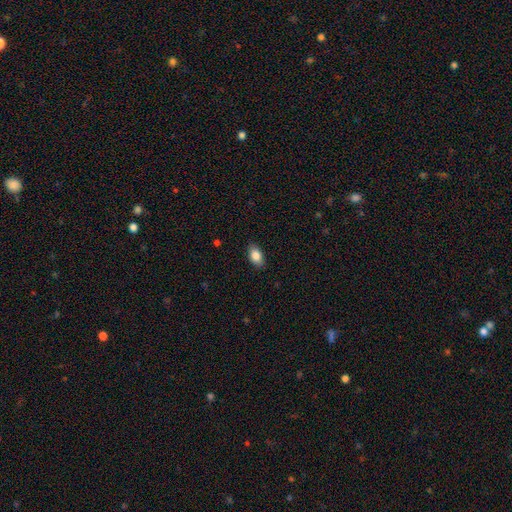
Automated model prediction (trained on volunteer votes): Smooth or featured? smooth (84%)
How rounded? in between (90%)
Merging? none (87%)